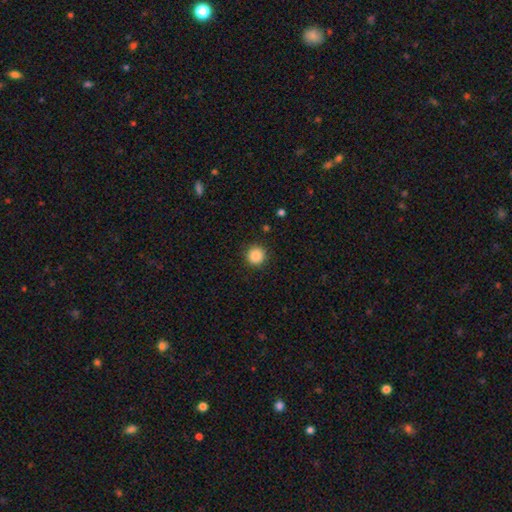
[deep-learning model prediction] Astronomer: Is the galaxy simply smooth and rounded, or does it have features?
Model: smooth — 87%.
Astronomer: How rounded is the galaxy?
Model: round — 95%.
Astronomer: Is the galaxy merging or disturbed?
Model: none — 91%.